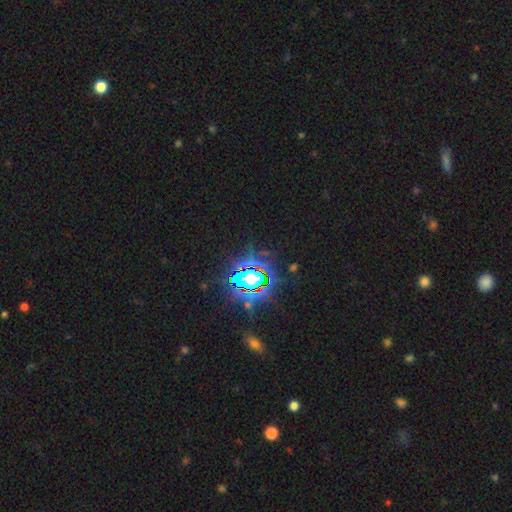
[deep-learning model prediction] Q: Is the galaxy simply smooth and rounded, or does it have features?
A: star or artifact — 84%.